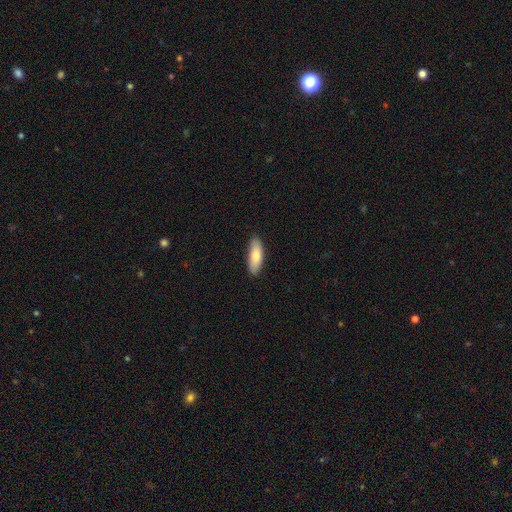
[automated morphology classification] A smooth galaxy with no disk features (79%) that is in between round and cigar-shaped (65%).

Vote fractions:
- Smooth or featured? smooth: 79% / featured or disk: 16% / star or artifact: 6%
- How rounded? in between: 65% / cigar-shaped: 33% / round: 2%
- Merging? none: 88% / minor disturbance: 10% / major disturbance: 2% / merger: 1%